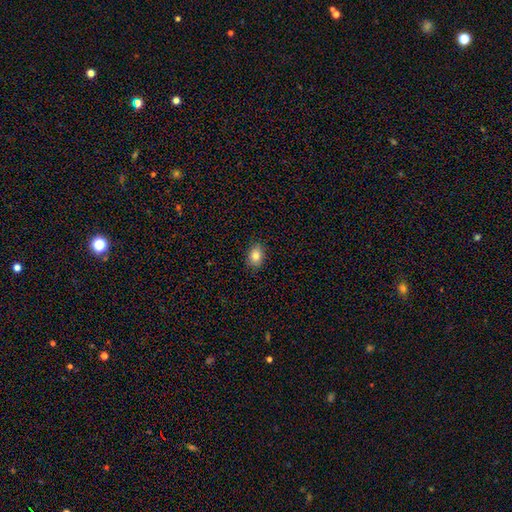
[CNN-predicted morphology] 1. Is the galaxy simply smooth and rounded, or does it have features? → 82% smooth, 9% star or artifact, 9% featured or disk.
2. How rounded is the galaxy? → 70% in between, 29% round, 1% cigar-shaped.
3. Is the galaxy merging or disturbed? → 87% none, 10% minor disturbance, 2% major disturbance, 1% merger.